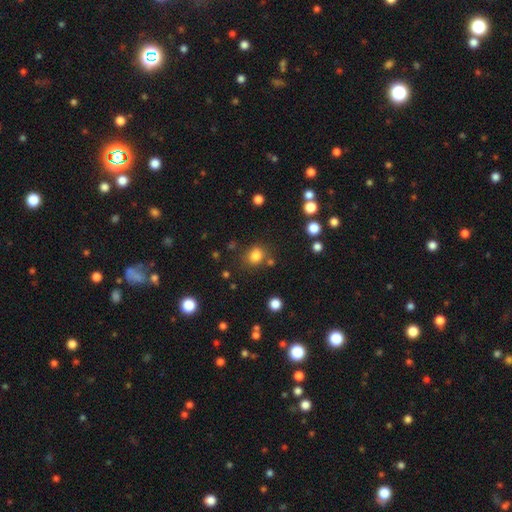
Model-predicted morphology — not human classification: Q: Smooth or featured?
A: smooth (81%); runner-up: star or artifact (14%)
Q: How rounded?
A: round (72%); runner-up: in between (28%)
Q: Merging?
A: none (76%); runner-up: minor disturbance (12%)